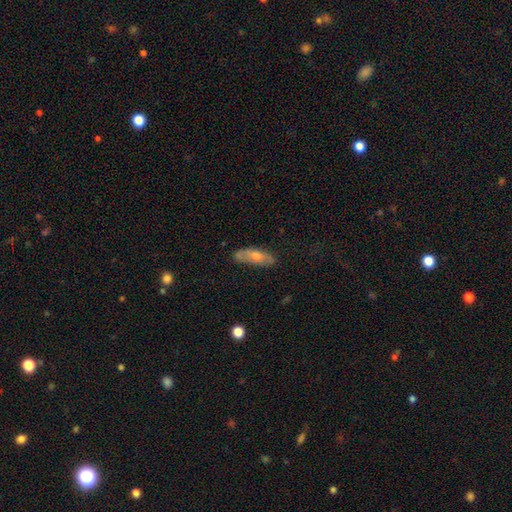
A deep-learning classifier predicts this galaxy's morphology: A smooth galaxy with no disk features (50%). Merging: none (69%).